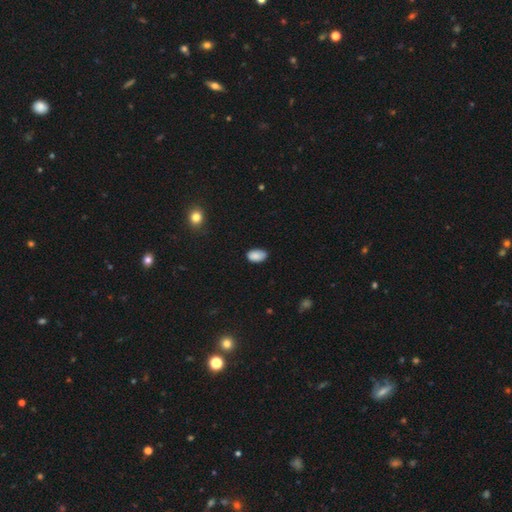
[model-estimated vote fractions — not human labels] This appears to be a smooth galaxy with no disk features (87%) that is in between round and cigar-shaped (89%). Merging: none (76%).